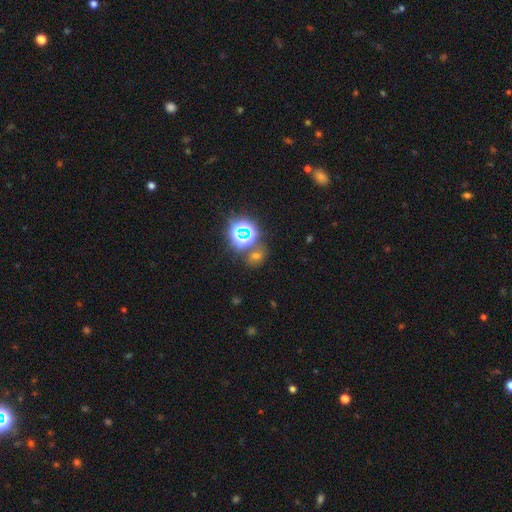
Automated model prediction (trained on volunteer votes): Smooth or featured: smooth — 50% (star or artifact — 41%)
Merging: none — 68% (merger — 15%)